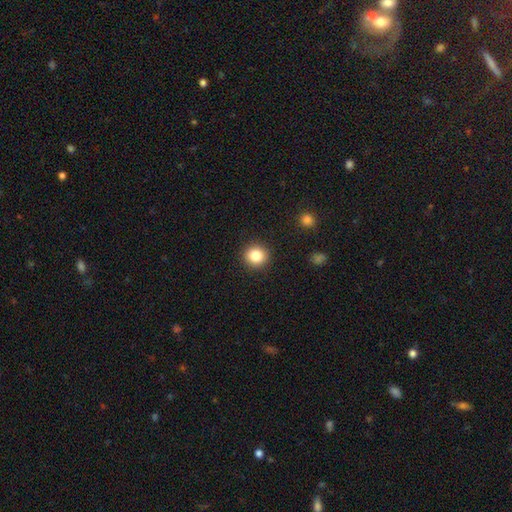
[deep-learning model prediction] Overall: smooth (84%). How rounded: round (91%). Merging: none (92%).